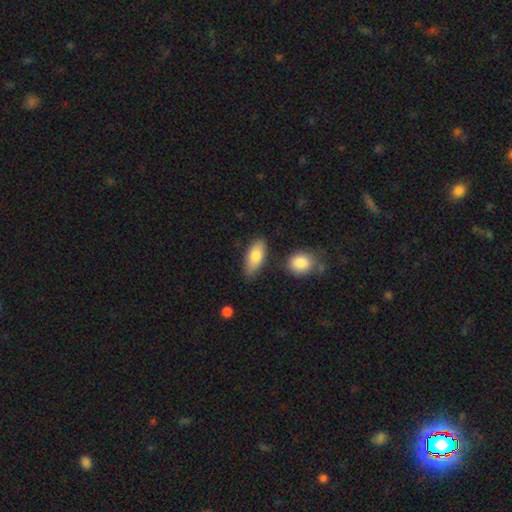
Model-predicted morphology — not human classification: Q: Smooth or featured?
A: smooth (79%); runner-up: featured or disk (15%)
Q: How rounded?
A: in between (85%); runner-up: cigar-shaped (12%)
Q: Merging?
A: none (75%); runner-up: minor disturbance (16%)